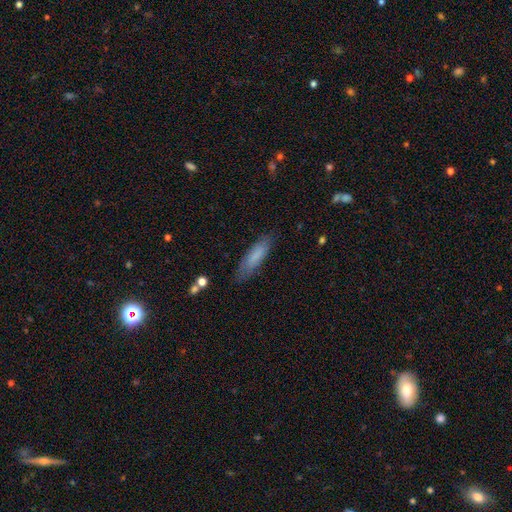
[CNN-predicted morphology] smooth-or-featured: smooth: 78% | featured or disk: 15% | star or artifact: 7%
  how-rounded: cigar-shaped: 64% | in between: 34% | round: 1%
  merging: none: 81% | minor disturbance: 15% | major disturbance: 3% | merger: 2%